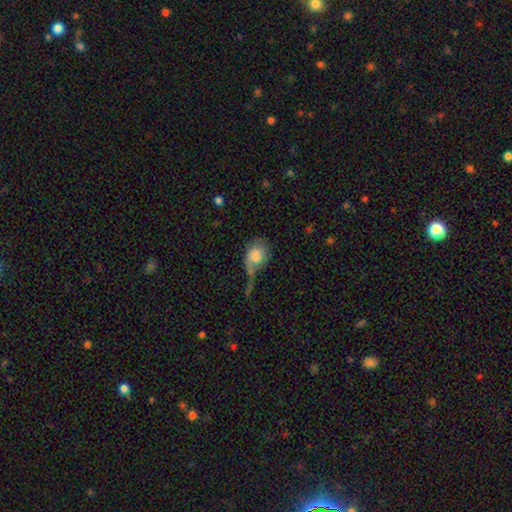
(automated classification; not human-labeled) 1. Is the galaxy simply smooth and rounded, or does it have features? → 68% smooth, 24% featured or disk, 8% star or artifact.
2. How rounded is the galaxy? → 62% in between, 36% round, 2% cigar-shaped.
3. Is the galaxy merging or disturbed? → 40% major disturbance, 22% minor disturbance, 22% none, 15% merger.